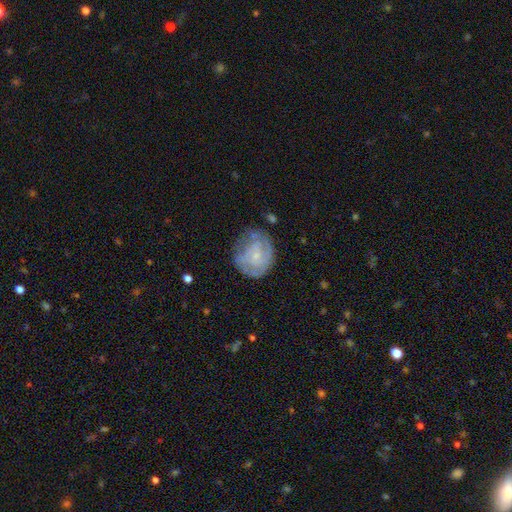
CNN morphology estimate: Smooth or featured? featured or disk (68%)
Edge-on disk? no (98%)
Bar? no (72%)
Spiral arms? yes (81%)
Spiral winding? tight (58%)
Spiral arm count? can't tell (42%)
Bulge size? small (74%)
Merging? none (60%)